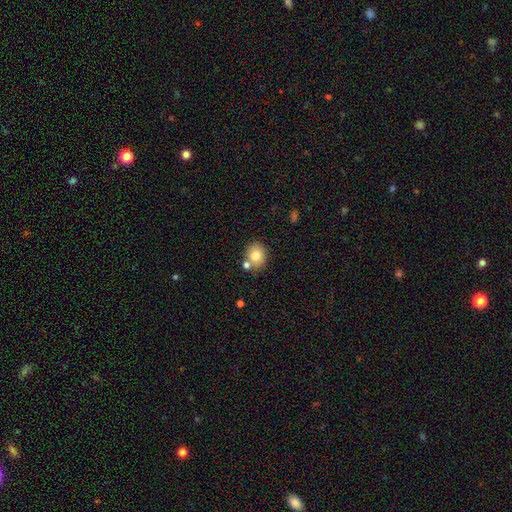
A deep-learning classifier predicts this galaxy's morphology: smooth 77%, featured or disk 13%, star or artifact 10%. Down the decision tree: how rounded — round (62%); merging — none (71%).